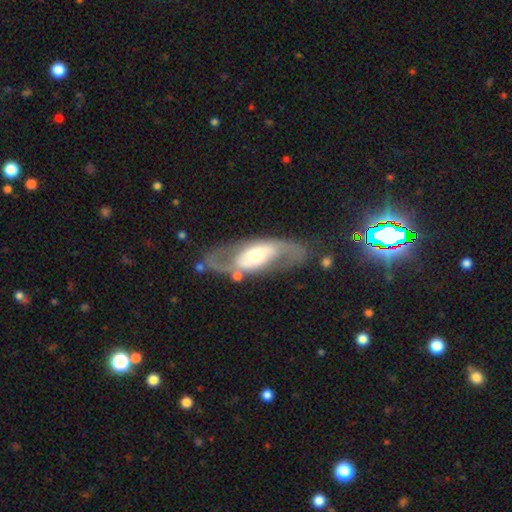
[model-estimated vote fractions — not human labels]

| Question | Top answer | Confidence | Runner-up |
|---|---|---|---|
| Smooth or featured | featured or disk | 80% | smooth (15%) |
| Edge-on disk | no | 91% | yes (9%) |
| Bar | no | 51% | weak (28%) |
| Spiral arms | yes | 81% | no (19%) |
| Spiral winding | loose | 42% | medium (41%) |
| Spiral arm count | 2 | 88% | can't tell (6%) |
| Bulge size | moderate | 60% | small (23%) |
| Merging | none | 70% | minor disturbance (15%) |